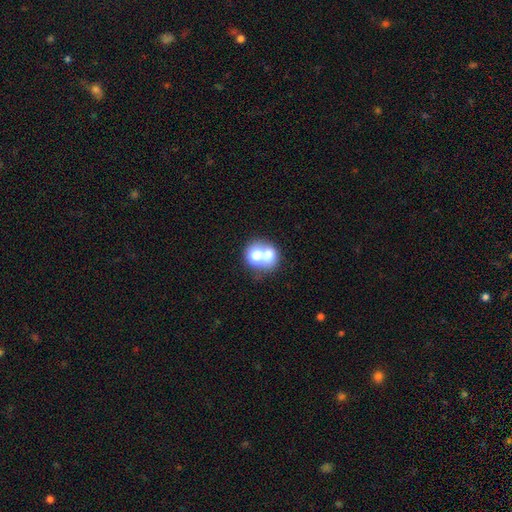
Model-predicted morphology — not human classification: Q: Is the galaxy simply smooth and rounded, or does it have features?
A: smooth — 66%.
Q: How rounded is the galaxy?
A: round — 64%.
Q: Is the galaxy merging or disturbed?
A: merger — 66%.